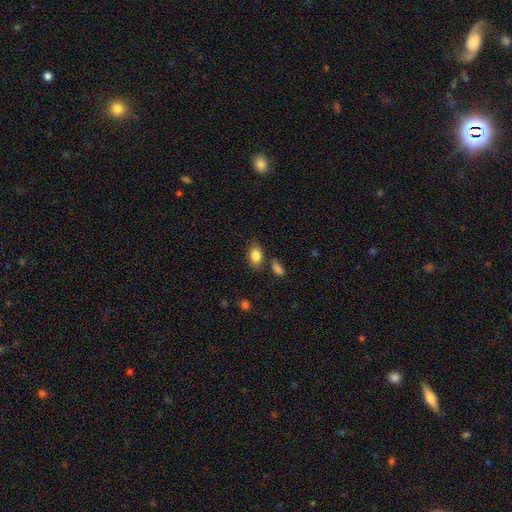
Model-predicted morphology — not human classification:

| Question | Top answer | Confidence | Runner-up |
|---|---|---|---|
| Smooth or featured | smooth | 85% | star or artifact (9%) |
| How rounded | in between | 78% | round (21%) |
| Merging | none | 73% | minor disturbance (16%) |